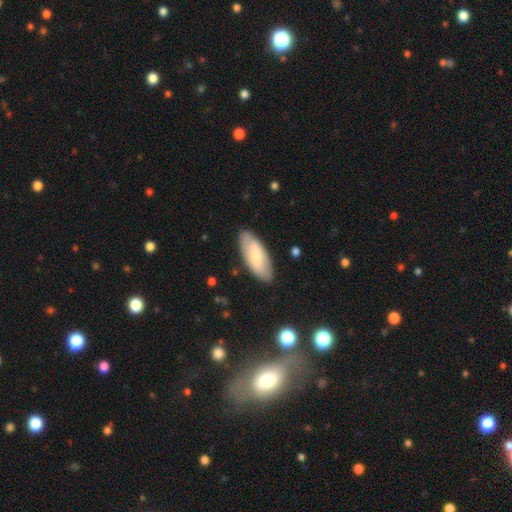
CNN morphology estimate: Smooth or featured? smooth (67%)
How rounded? in between (80%)
Merging? none (84%)